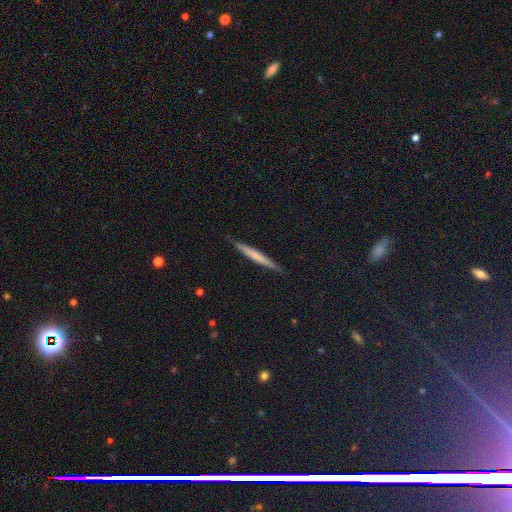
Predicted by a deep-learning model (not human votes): Smooth or featured? Predicted: smooth (p=0.53). How rounded? Predicted: cigar-shaped (p=0.96). Merging? Predicted: none (p=0.89).